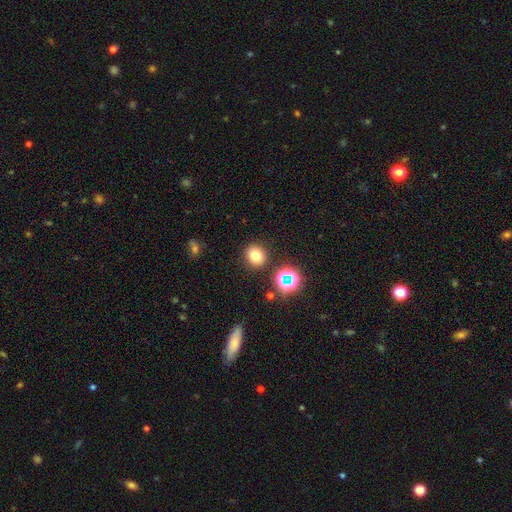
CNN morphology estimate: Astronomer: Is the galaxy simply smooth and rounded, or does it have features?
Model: smooth — 75%.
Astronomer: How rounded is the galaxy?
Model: round — 75%.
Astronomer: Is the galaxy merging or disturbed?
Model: none — 85%.